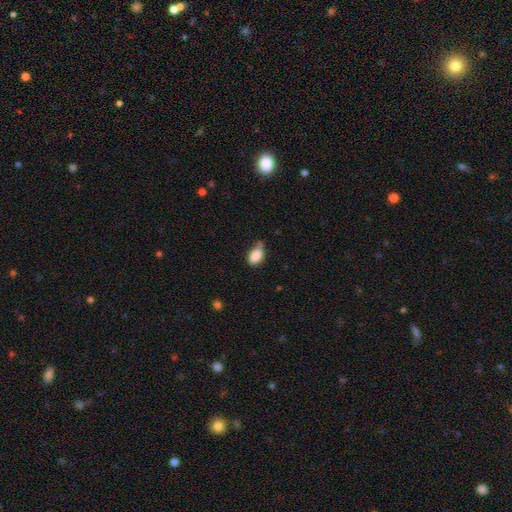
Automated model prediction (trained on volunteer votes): Smooth or featured? Predicted: smooth (p=0.86). How rounded? Predicted: in between (p=0.88). Merging? Predicted: none (p=0.50).